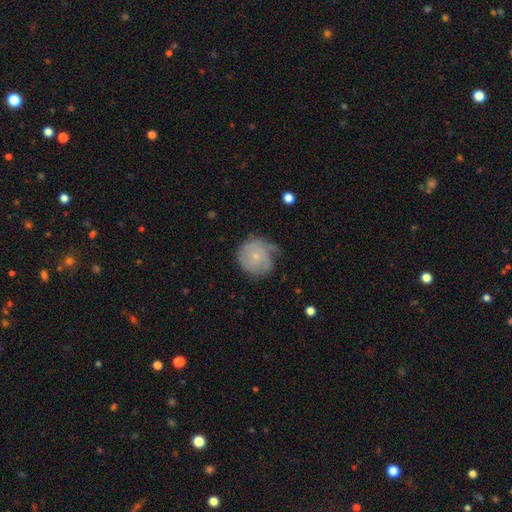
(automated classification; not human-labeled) Morphology: type=featured or disk (59%); edge-on=no (97%); bar=no (81%); spiral arms=yes (84%); bulge=small (79%); merging=none (54%).